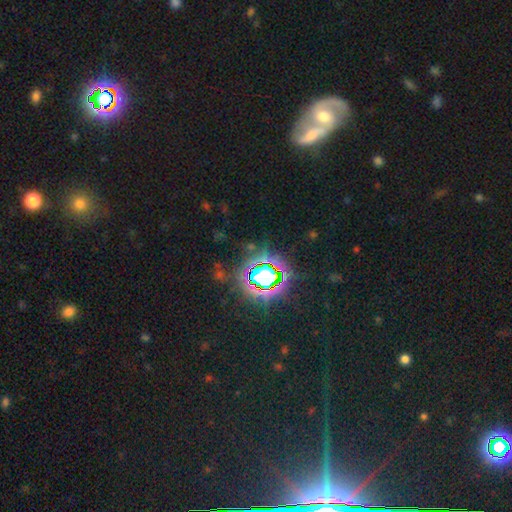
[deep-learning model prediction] Smooth or featured?
  - star or artifact: 75% *
  - smooth: 14%
  - featured or disk: 11%